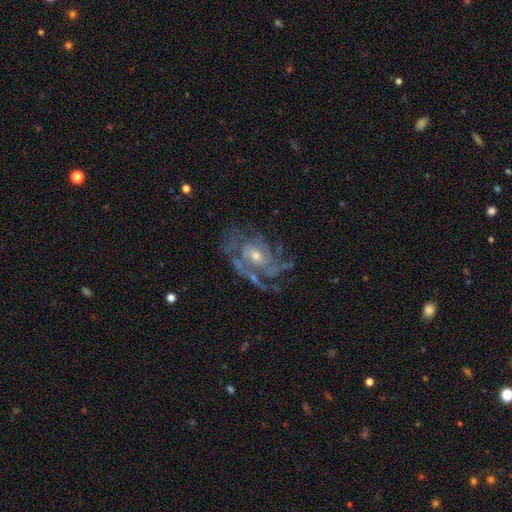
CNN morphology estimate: The model was most divided on "bulge size": moderate: 49%, small: 46%, large: 3%, none: 2%, dominant: 1%. Remaining: edge-on disk — no (97%); spiral arms — yes (90%); smooth or featured — featured or disk (85%); bar — no (70%); merging — none (57%); spiral winding — tight (49%); spiral arm count — can't tell (35%).